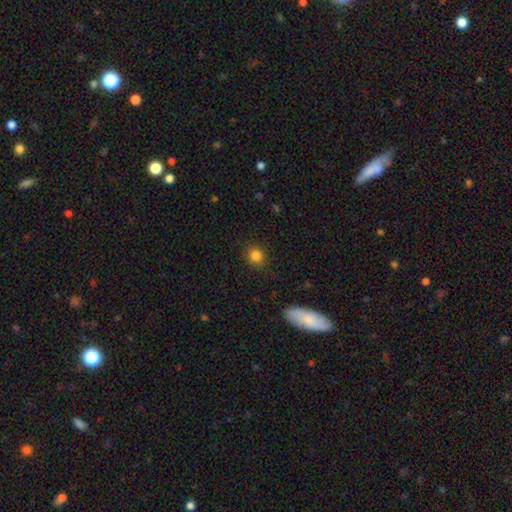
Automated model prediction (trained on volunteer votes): Smooth or featured? Predicted: smooth (p=0.83). How rounded? Predicted: round (p=0.87). Merging? Predicted: none (p=0.89).